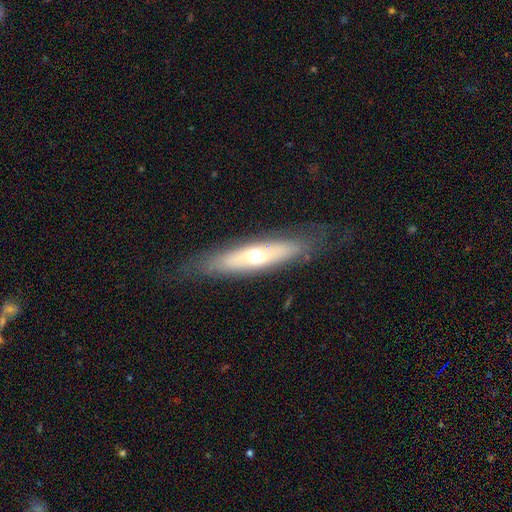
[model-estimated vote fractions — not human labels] featured or disk 49%, smooth 44%, star or artifact 7%. Down the decision tree: merging — none (77%).